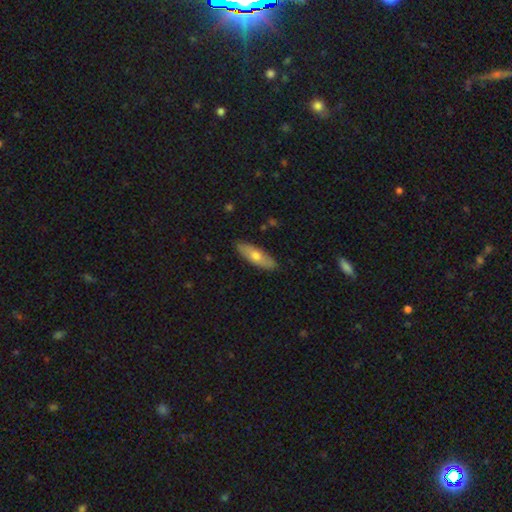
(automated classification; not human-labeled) A smooth galaxy with no disk features (63%) that is in between round and cigar-shaped (59%).

Vote fractions:
- Smooth or featured? smooth: 63% / featured or disk: 32% / star or artifact: 5%
- How rounded? in between: 59% / cigar-shaped: 38% / round: 2%
- Merging? none: 88% / minor disturbance: 10% / major disturbance: 2% / merger: 1%